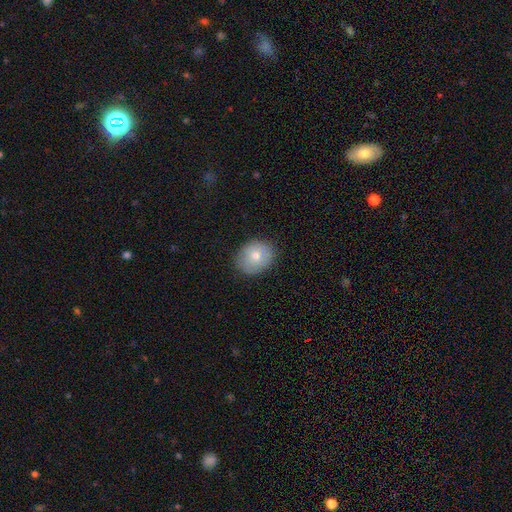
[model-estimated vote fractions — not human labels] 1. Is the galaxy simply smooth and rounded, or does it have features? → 74% smooth, 19% featured or disk, 7% star or artifact.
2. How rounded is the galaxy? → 57% round, 42% in between, 1% cigar-shaped.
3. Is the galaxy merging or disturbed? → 81% none, 14% minor disturbance, 3% major disturbance, 1% merger.